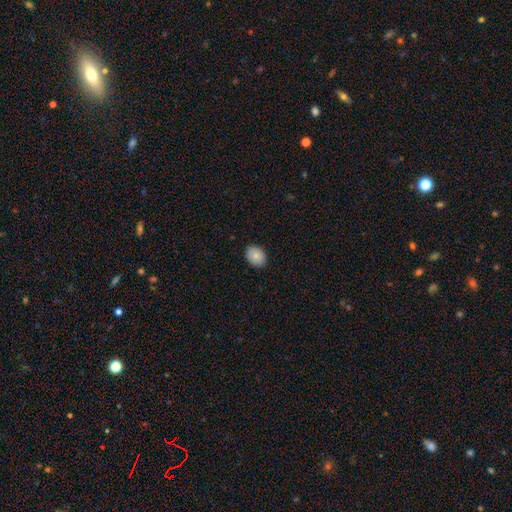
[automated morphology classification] type=smooth (84%); roundness=in between (67%); merging=none (88%).